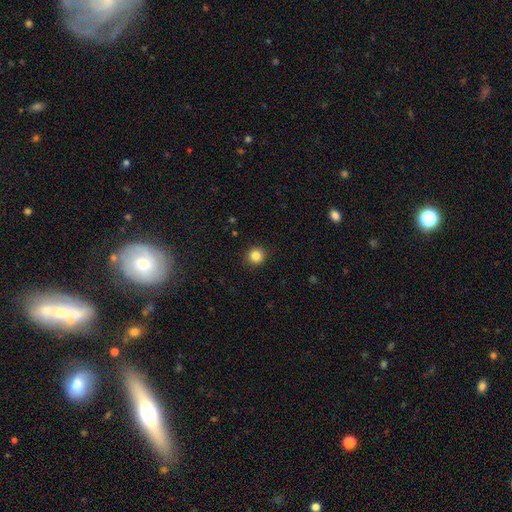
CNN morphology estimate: Smooth or featured? Predicted: smooth (p=0.85). How rounded? Predicted: round (p=0.92). Merging? Predicted: none (p=0.91).